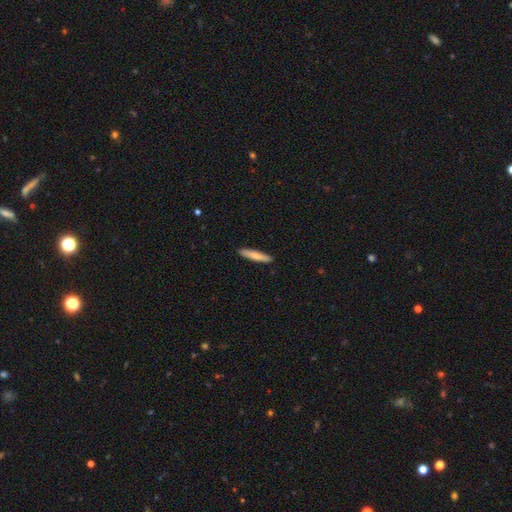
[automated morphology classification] This is likely a smooth galaxy (73%). How rounded: clearly cigar-shaped (90%). Merging: clearly none (91%).